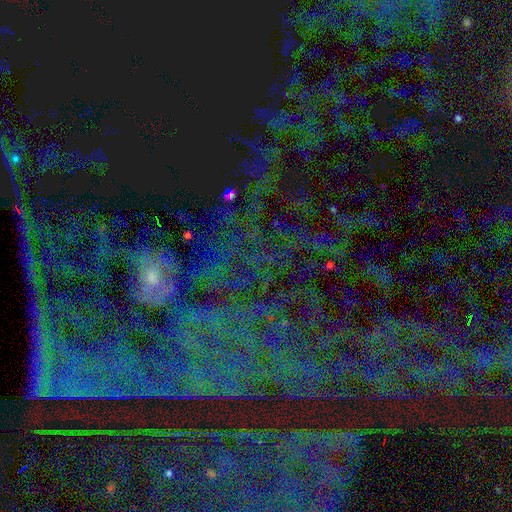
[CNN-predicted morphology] Q: Smooth or featured?
A: star or artifact (79%); runner-up: featured or disk (11%)